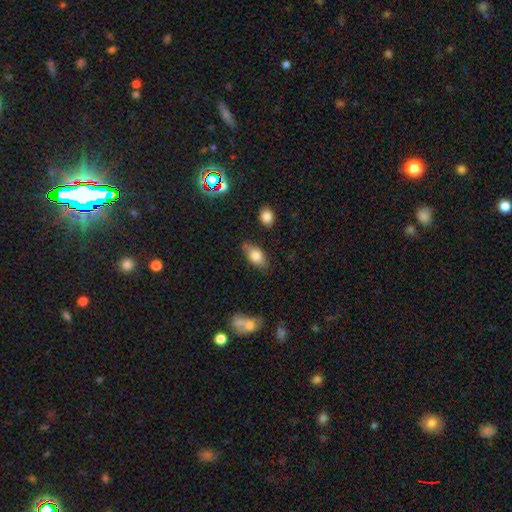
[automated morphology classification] type=smooth (76%); roundness=in between (87%); merging=none (74%).